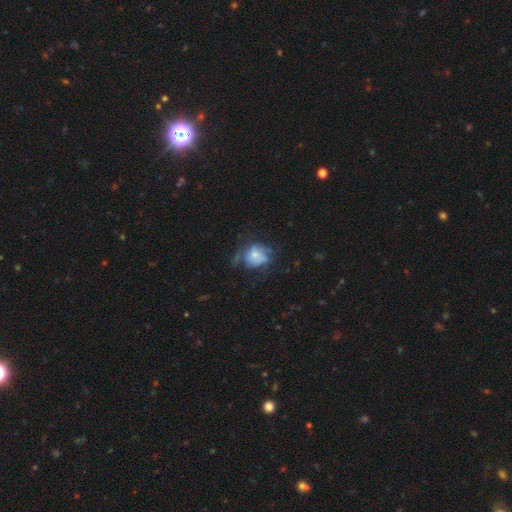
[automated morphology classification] A smooth galaxy with no disk features (49%). Merging: none (38%).